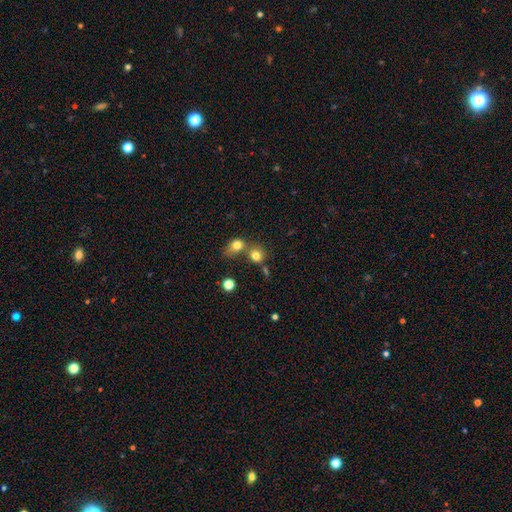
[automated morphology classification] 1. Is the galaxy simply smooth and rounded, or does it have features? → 77% smooth, 13% star or artifact, 9% featured or disk.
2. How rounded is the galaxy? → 79% round, 19% in between, 1% cigar-shaped.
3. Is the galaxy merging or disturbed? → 49% none, 37% merger, 9% minor disturbance, 5% major disturbance.